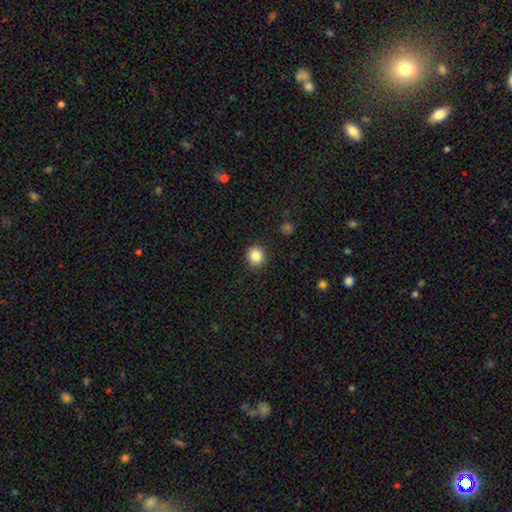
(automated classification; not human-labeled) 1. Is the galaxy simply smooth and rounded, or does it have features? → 85% smooth, 10% star or artifact, 5% featured or disk.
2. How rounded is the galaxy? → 88% round, 11% in between, 1% cigar-shaped.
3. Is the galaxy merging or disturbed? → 91% none, 6% minor disturbance, 2% major disturbance, 1% merger.